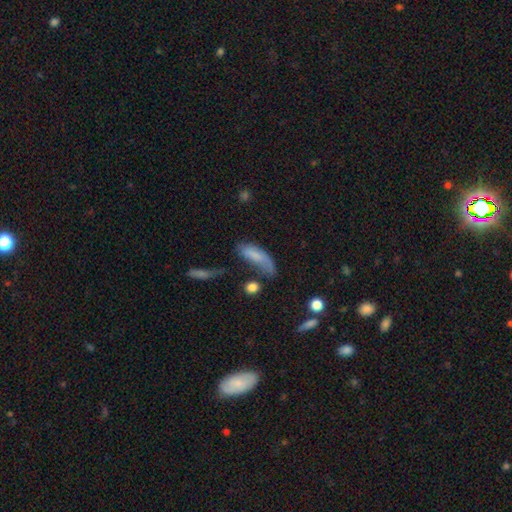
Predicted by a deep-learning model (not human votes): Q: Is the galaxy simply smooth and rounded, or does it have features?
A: smooth — 67%.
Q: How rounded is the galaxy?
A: in between — 64%.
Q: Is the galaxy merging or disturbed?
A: none — 32%.